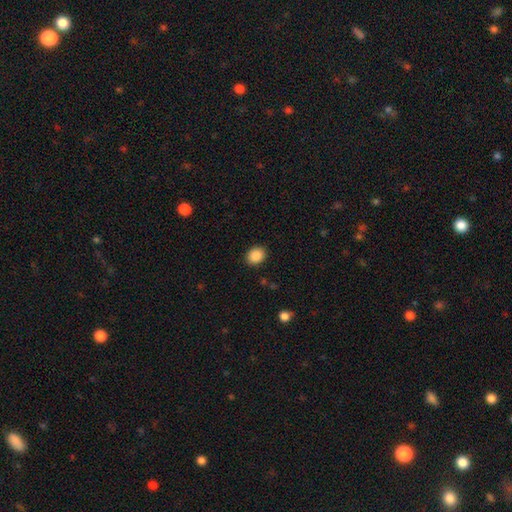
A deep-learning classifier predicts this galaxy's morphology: Q: Smooth or featured?
A: smooth (88%); runner-up: star or artifact (9%)
Q: How rounded?
A: round (57%); runner-up: in between (42%)
Q: Merging?
A: none (90%); runner-up: minor disturbance (7%)